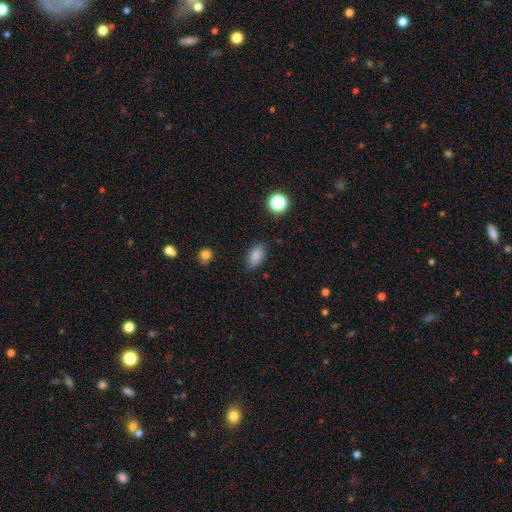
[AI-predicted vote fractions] smooth 85%, star or artifact 10%, featured or disk 5%. Down the decision tree: how rounded — in between (89%); merging — none (82%).